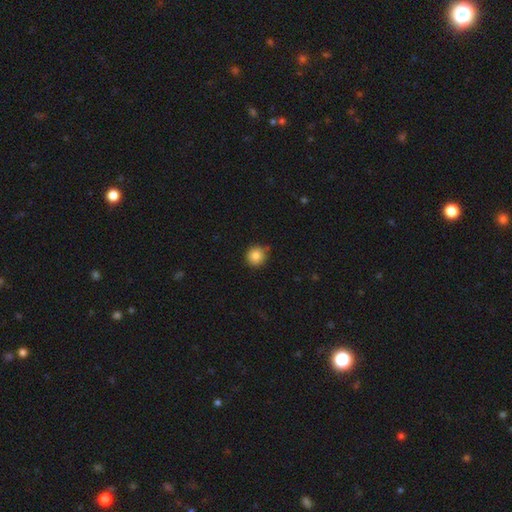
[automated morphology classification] The model was most divided on "merging": none: 81%, minor disturbance: 14%, merger: 3%, major disturbance: 2%. More confident: how rounded — round (92%); smooth or featured — smooth (84%).